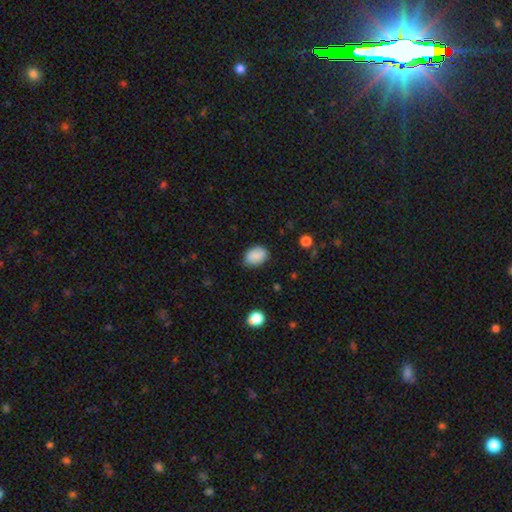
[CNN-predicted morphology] Smooth or featured? Predicted: smooth (p=0.86). How rounded? Predicted: in between (p=0.75). Merging? Predicted: none (p=0.79).